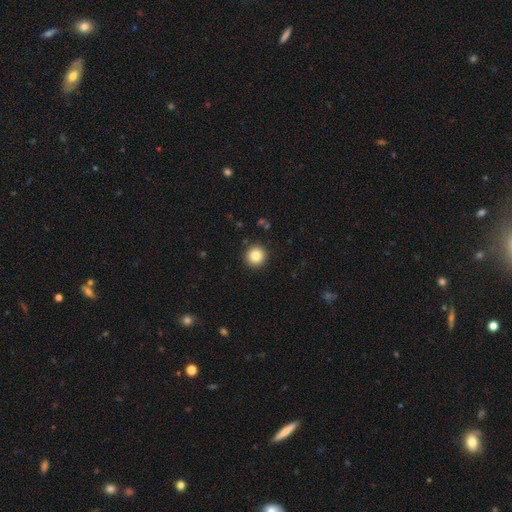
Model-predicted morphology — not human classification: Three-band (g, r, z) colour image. It shows a smooth galaxy with no disk features (84%) that is round (95%). Merging: none (92%).